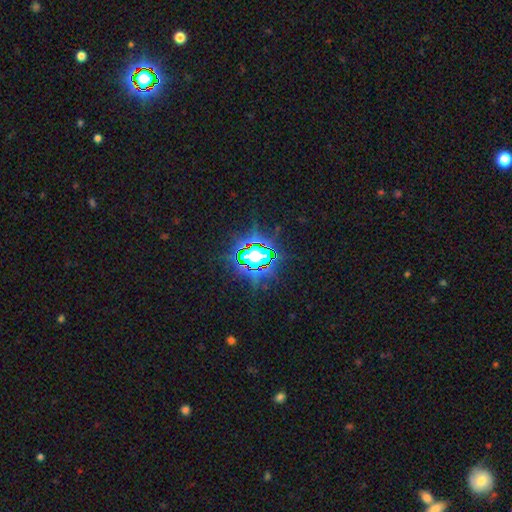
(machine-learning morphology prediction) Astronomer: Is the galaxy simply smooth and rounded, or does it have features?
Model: star or artifact — 78%.